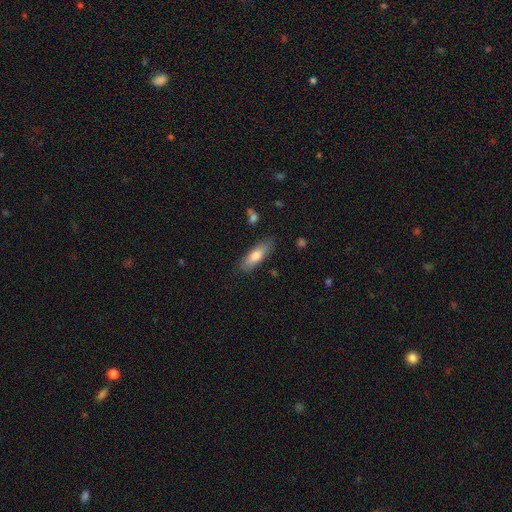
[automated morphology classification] Smooth or featured? smooth (75%)
How rounded? in between (51%)
Merging? none (83%)